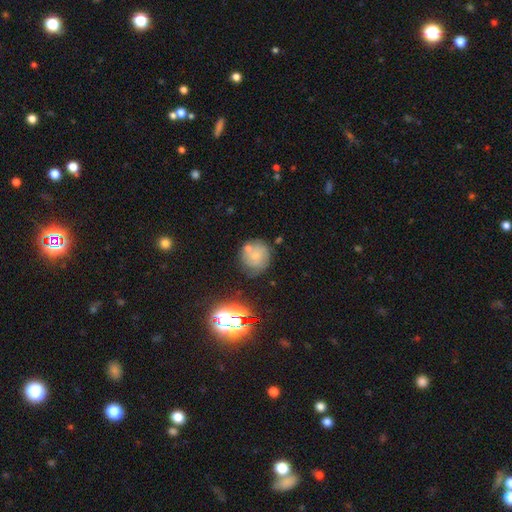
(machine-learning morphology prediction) Smooth or featured?
  - smooth: 54% *
  - featured or disk: 31%
  - star or artifact: 15%
How rounded?
  - round: 87% *
  - in between: 11%
  - cigar-shaped: 1%
Merging?
  - none: 59% *
  - minor disturbance: 19%
  - merger: 15%
  - major disturbance: 7%